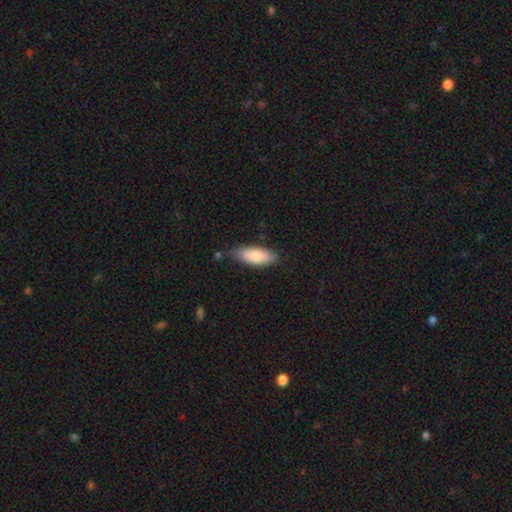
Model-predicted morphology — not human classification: smooth-or-featured: smooth: 82% | featured or disk: 12% | star or artifact: 6%
  how-rounded: in between: 78% | cigar-shaped: 20% | round: 2%
  merging: none: 73% | minor disturbance: 21% | major disturbance: 3% | merger: 3%